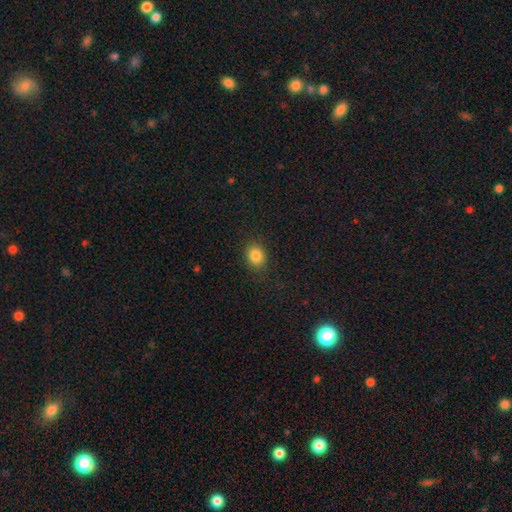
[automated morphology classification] This is clearly a smooth galaxy (84%). How rounded: possibly round (54%). Merging: clearly none (87%).